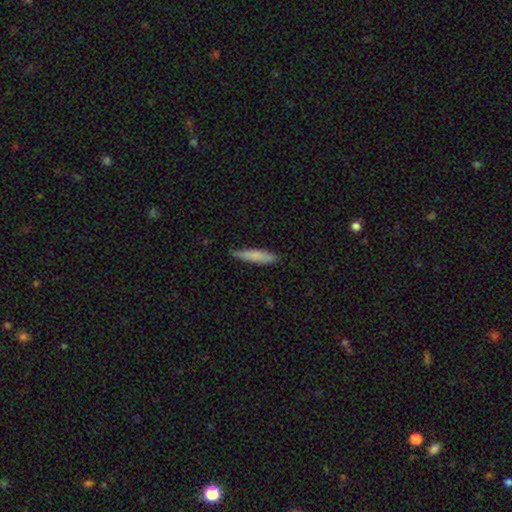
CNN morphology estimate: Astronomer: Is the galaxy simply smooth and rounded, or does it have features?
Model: smooth — 78%.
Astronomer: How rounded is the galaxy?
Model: cigar-shaped — 83%.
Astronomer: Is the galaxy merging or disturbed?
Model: none — 78%.